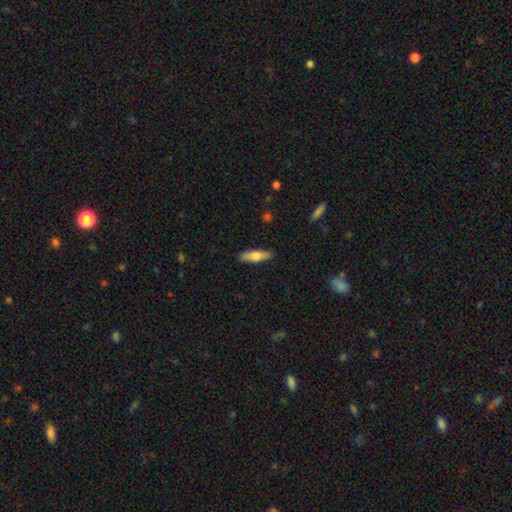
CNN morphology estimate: type=smooth (68%); roundness=cigar-shaped (63%); merging=none (89%).